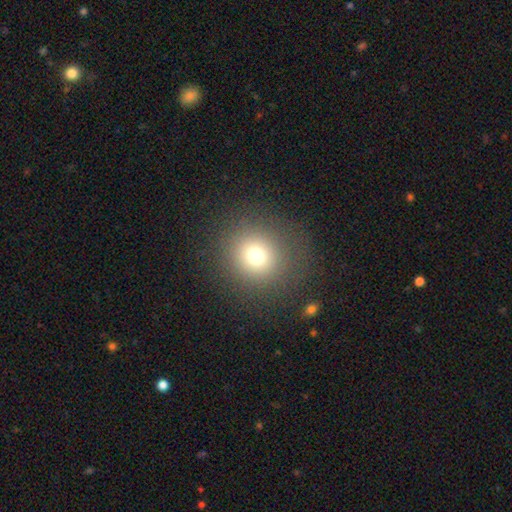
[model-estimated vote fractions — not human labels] smooth-or-featured: smooth: 72% | star or artifact: 17% | featured or disk: 11%
  how-rounded: round: 90% | in between: 9% | cigar-shaped: 1%
  merging: none: 86% | minor disturbance: 8% | major disturbance: 5% | merger: 1%